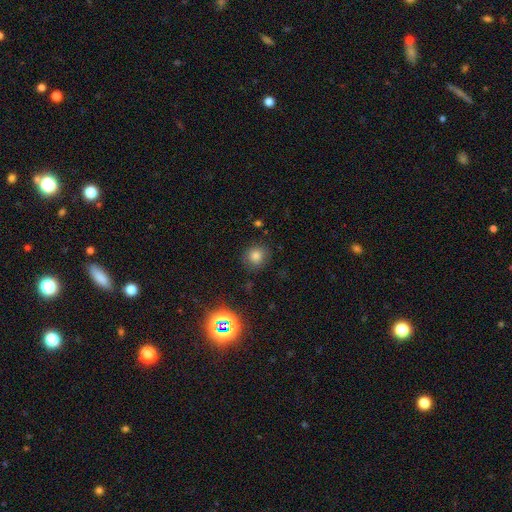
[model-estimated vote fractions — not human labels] Smooth or featured? smooth (75%)
How rounded? round (86%)
Merging? none (82%)